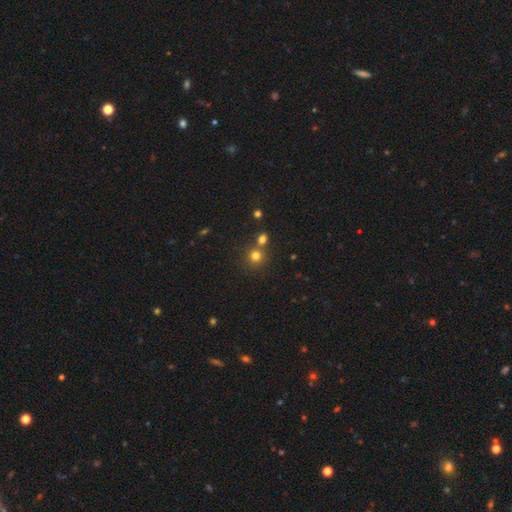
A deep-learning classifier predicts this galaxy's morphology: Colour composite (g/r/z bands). It shows a smooth galaxy with no disk features (76%) that is round (91%). Merging: none (67%).